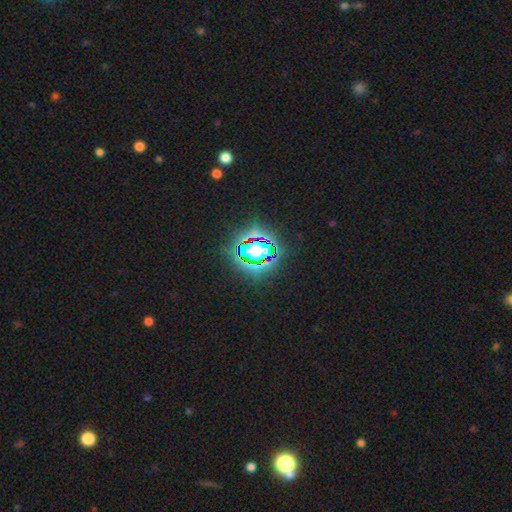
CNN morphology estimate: This is likely a star or artifact rather than a galaxy (79%).